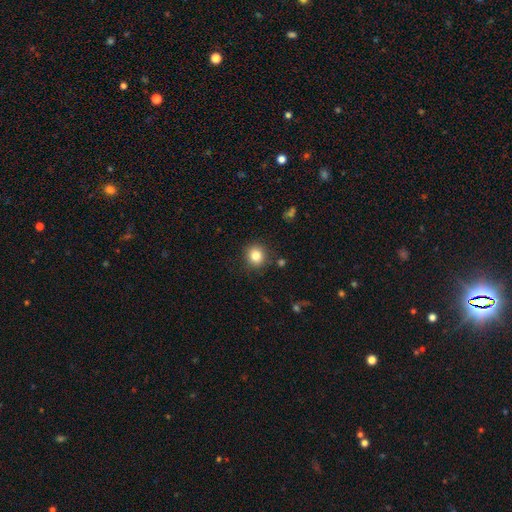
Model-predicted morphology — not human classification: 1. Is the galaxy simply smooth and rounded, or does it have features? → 82% smooth, 11% star or artifact, 7% featured or disk.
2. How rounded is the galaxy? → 88% round, 11% in between, 1% cigar-shaped.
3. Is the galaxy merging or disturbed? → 89% none, 7% minor disturbance, 2% major disturbance, 2% merger.